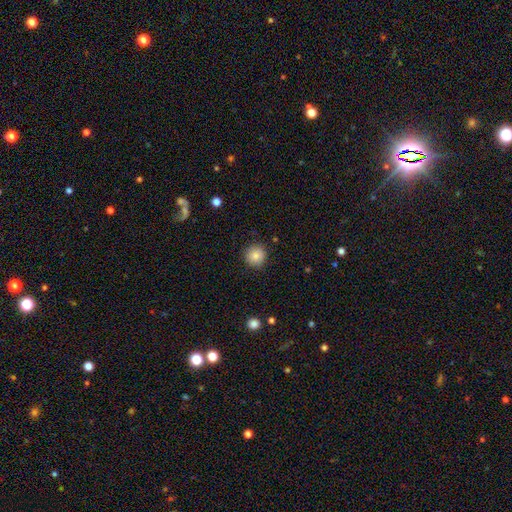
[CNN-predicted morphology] Smooth or featured?
  - smooth: 84% *
  - star or artifact: 10%
  - featured or disk: 6%
How rounded?
  - round: 94% *
  - in between: 5%
  - cigar-shaped: 1%
Merging?
  - none: 89% *
  - minor disturbance: 8%
  - major disturbance: 2%
  - merger: 1%